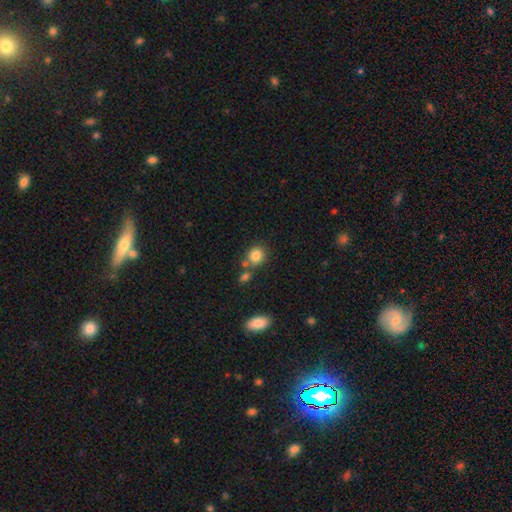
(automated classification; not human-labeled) smooth 84%, star or artifact 10%, featured or disk 6%. Down the decision tree: how rounded — round (81%); merging — none (67%).